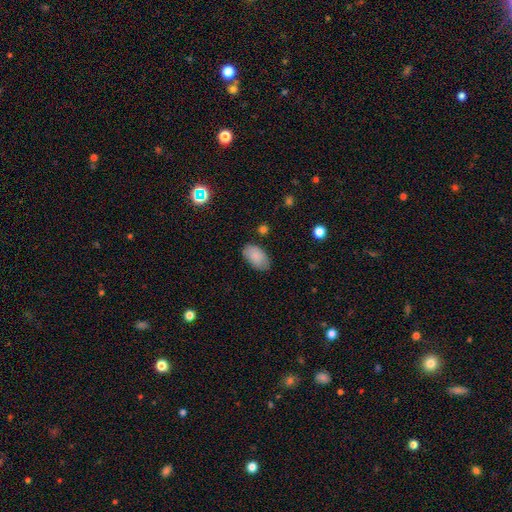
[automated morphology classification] smooth 86%, star or artifact 7%, featured or disk 7%. Down the decision tree: how rounded — in between (94%); merging — none (80%).